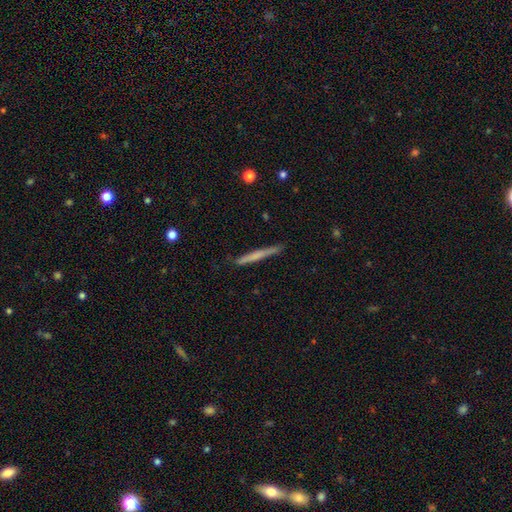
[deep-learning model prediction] A smooth galaxy with no disk features (54%) that is cigar-shaped (97%).

Vote fractions:
- Smooth or featured? smooth: 54% / featured or disk: 40% / star or artifact: 6%
- How rounded? cigar-shaped: 97% / in between: 2% / round: 1%
- Merging? none: 86% / minor disturbance: 10% / major disturbance: 2% / merger: 1%